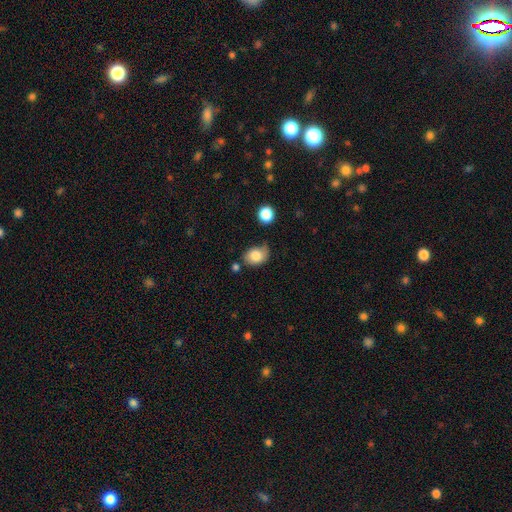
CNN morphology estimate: smooth-or-featured: smooth: 80% | featured or disk: 11% | star or artifact: 9%
  how-rounded: in between: 65% | round: 34% | cigar-shaped: 1%
  merging: none: 53% | minor disturbance: 31% | major disturbance: 8% | merger: 8%